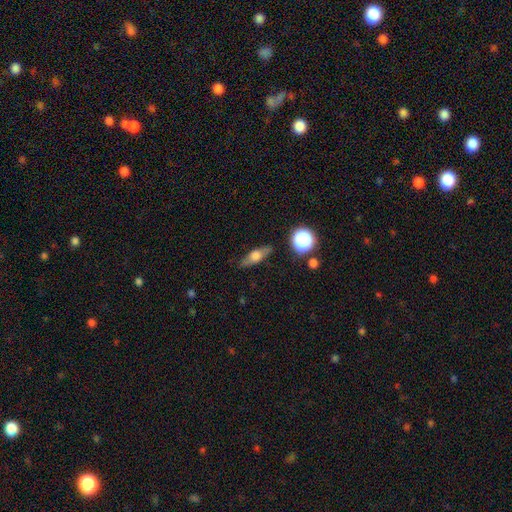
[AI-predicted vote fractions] Smooth or featured? Predicted: smooth (p=0.49). Merging? Predicted: none (p=0.80).